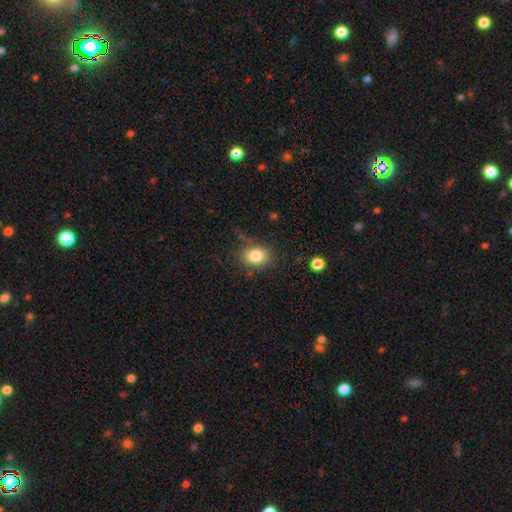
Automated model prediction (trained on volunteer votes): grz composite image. It shows a smooth galaxy with no disk features (82%) that is in between round and cigar-shaped (63%). Merging: none (79%).